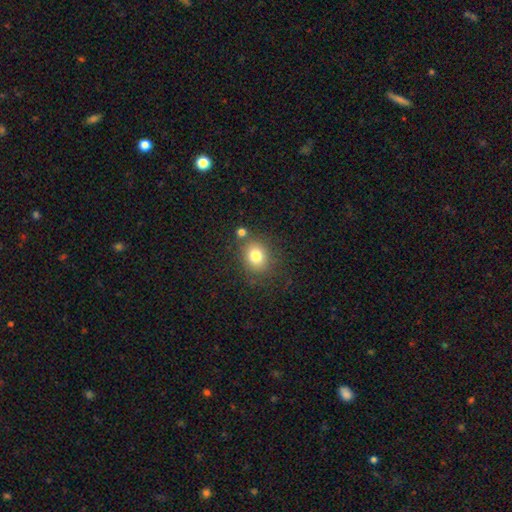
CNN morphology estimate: smooth-or-featured: smooth: 79% | star or artifact: 12% | featured or disk: 9%
  how-rounded: round: 67% | in between: 33% | cigar-shaped: 1%
  merging: none: 72% | minor disturbance: 13% | merger: 10% | major disturbance: 5%